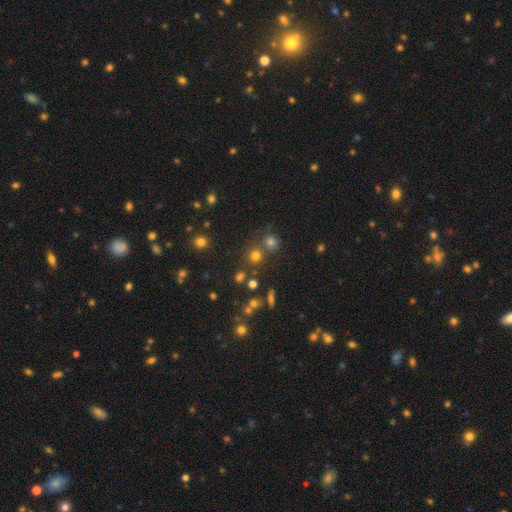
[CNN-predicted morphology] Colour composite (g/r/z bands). It shows a smooth galaxy with no disk features (67%) that is round (89%). Merging: none (67%).